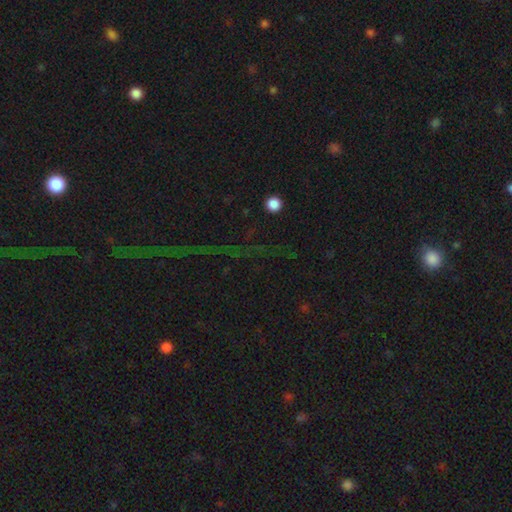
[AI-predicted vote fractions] Morphology: type=star or artifact (75%).